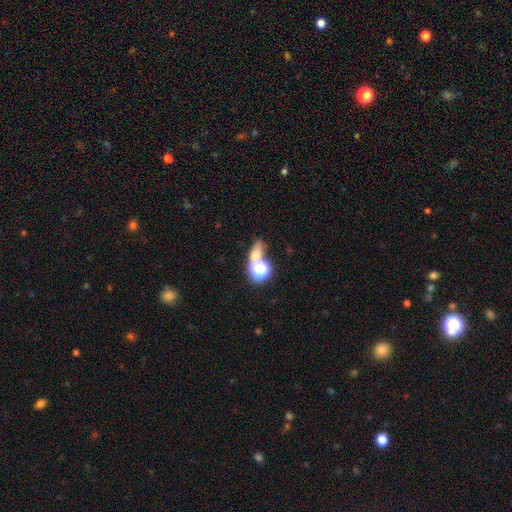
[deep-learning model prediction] smooth 57%, star or artifact 29%, featured or disk 14%. Down the decision tree: how rounded — in between (46%); merging — none (47%).